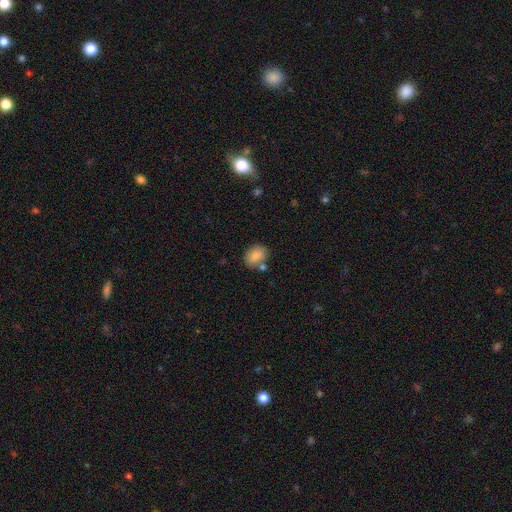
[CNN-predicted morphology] type=smooth (85%); roundness=in between (65%); merging=none (68%).